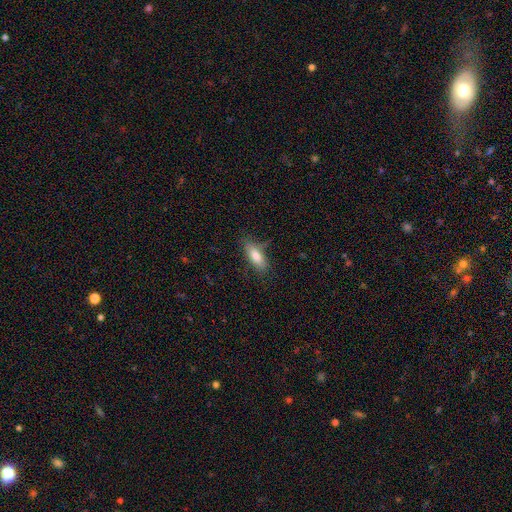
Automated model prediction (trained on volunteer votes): A smooth galaxy with no disk features (81%) that is in between round and cigar-shaped (71%). Merging: none (77%).